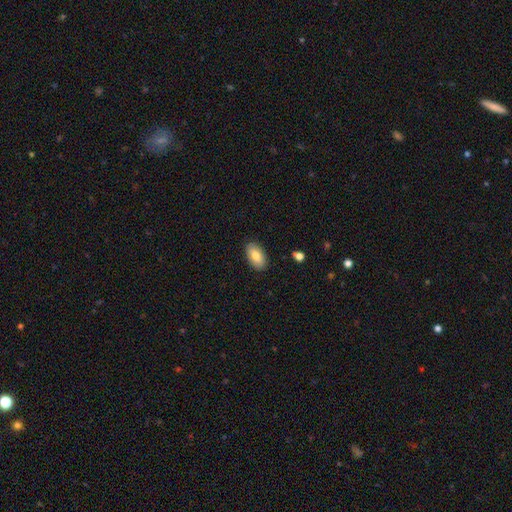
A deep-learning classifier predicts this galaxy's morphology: The model was most divided on "smooth or featured": smooth: 79%, featured or disk: 14%, star or artifact: 6%. More confident: how rounded — in between (94%); merging — none (88%).